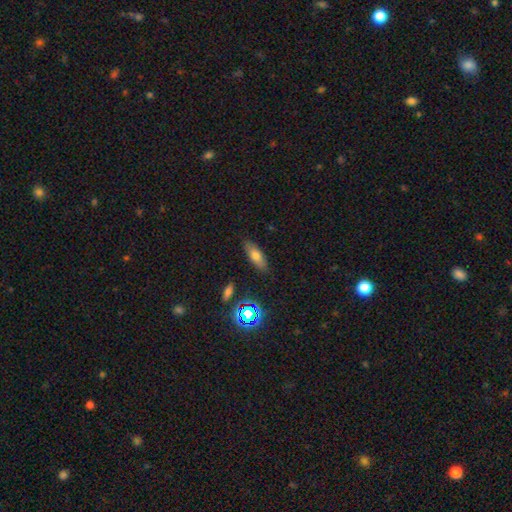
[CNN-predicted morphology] Overall: smooth (67%). How rounded: in between (64%; cigar-shaped 32%). Merging: none (86%).